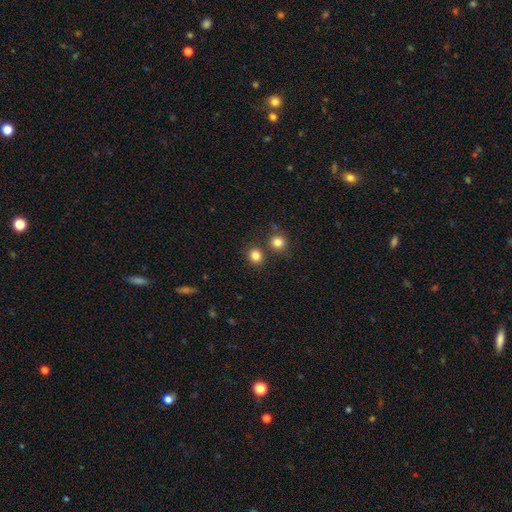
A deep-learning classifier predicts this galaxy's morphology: smooth-or-featured: smooth: 83% | star or artifact: 12% | featured or disk: 5%
  how-rounded: round: 80% | in between: 19% | cigar-shaped: 1%
  merging: none: 77% | merger: 13% | minor disturbance: 8% | major disturbance: 3%